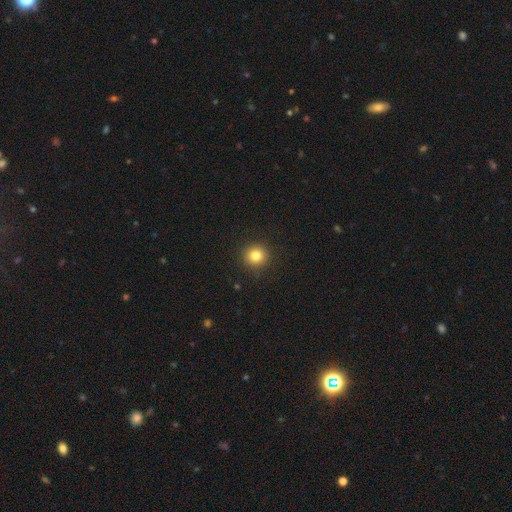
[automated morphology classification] smooth_or_featured: smooth (p=0.82) [alt: star or artifact p=0.12]
how_rounded: round (p=0.93) [alt: in between p=0.06]
merging: none (p=0.91) [alt: minor disturbance p=0.06]